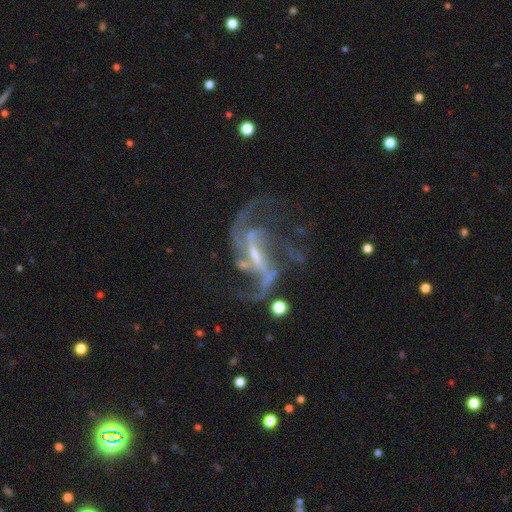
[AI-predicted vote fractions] featured or disk 88%, star or artifact 8%, smooth 4%. Down the decision tree: edge-on disk — no (95%); bar — strong (53%); spiral arms — yes (93%); spiral arm count — 2 (55%); spiral winding — loose (64%); bulge size — small (47%); merging — none (42%).